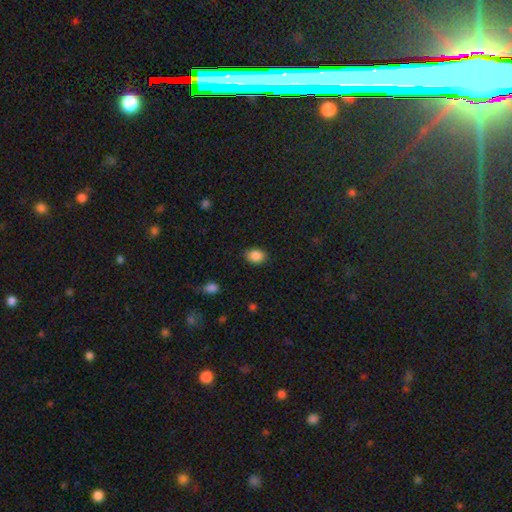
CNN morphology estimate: smooth 87%, star or artifact 9%, featured or disk 3%. Down the decision tree: how rounded — in between (65%); merging — none (84%).